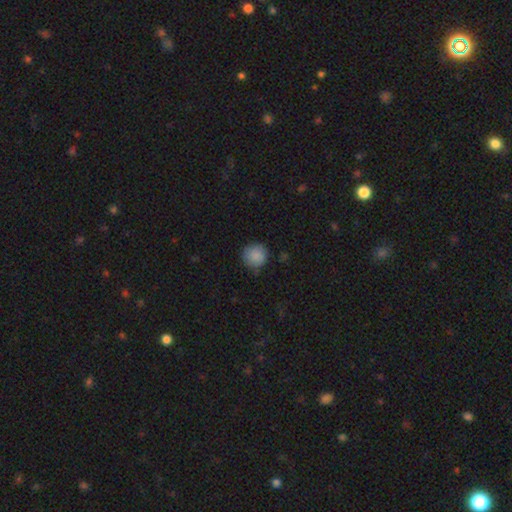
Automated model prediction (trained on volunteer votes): smooth 88%, star or artifact 8%, featured or disk 5%. Down the decision tree: how rounded — round (92%); merging — none (81%).